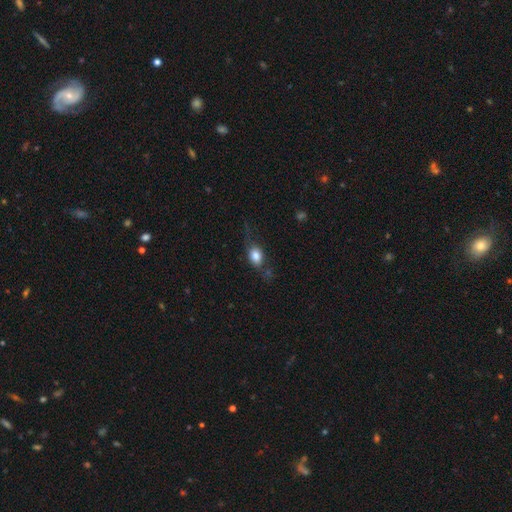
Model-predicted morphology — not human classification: type=smooth (74%); roundness=in between (65%); merging=none (53%).